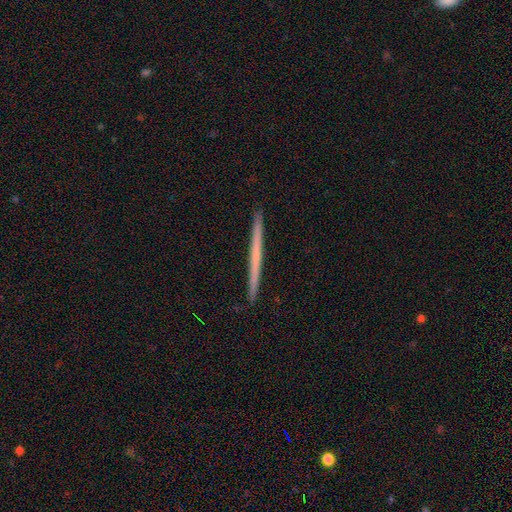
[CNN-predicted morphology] Smooth or featured? featured or disk (51%)
Edge-on disk? yes (98%)
Edge-on bulge? none (91%)
Merging? none (93%)